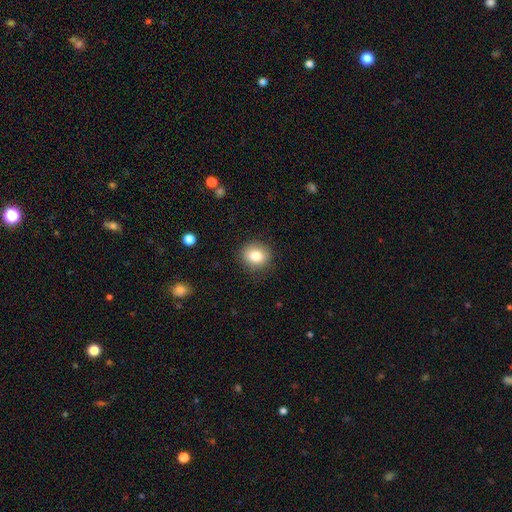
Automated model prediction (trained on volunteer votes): Smooth or featured? smooth (82%)
How rounded? round (76%)
Merging? none (88%)